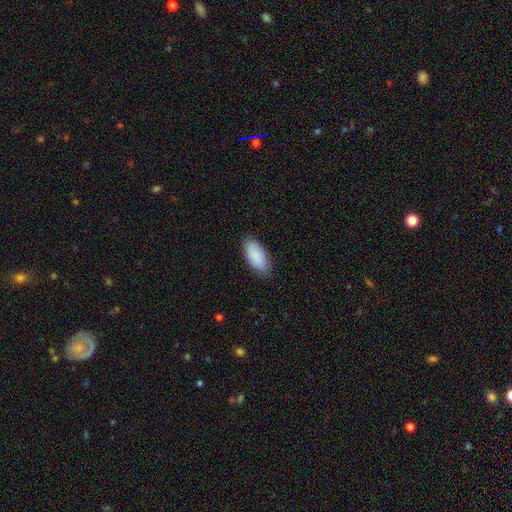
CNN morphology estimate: This appears to be a smooth galaxy with no disk features (88%) that is in between round and cigar-shaped (92%). Merging: none (82%).